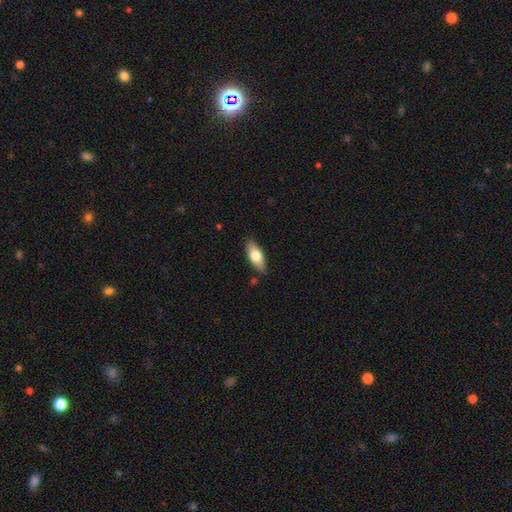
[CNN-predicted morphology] This appears to be a smooth galaxy with no disk features (68%) that is in between round and cigar-shaped (78%). Merging: none (85%).